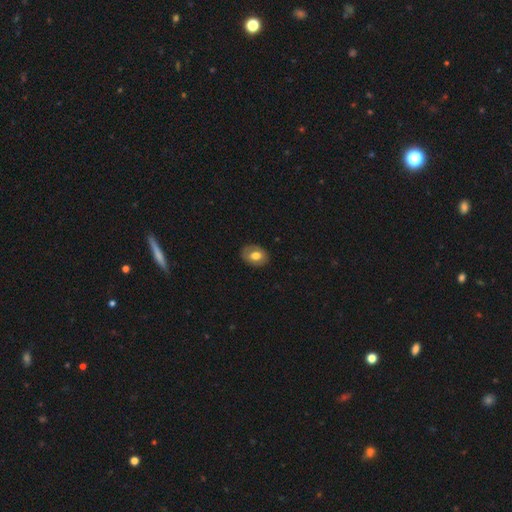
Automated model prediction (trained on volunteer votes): This is likely a smooth galaxy (68%). How rounded: likely in between (67%). Merging: clearly none (84%).